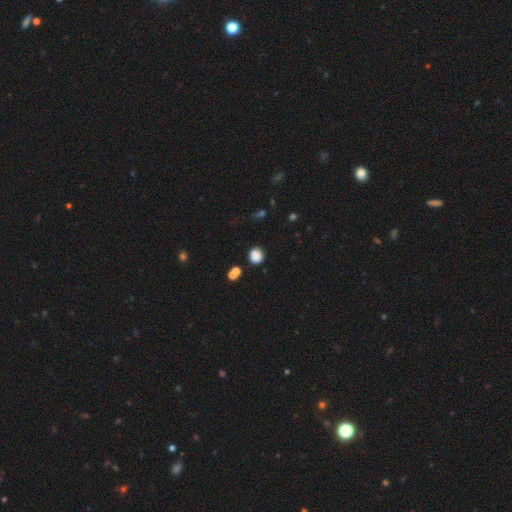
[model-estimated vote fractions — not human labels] smooth 82%, star or artifact 13%, featured or disk 5%. Down the decision tree: how rounded — round (77%); merging — none (78%).